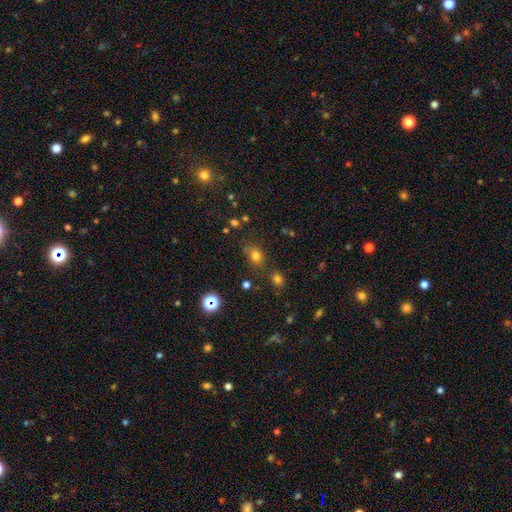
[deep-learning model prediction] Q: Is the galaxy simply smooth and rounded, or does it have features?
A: smooth — 73%.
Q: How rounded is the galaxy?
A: in between — 61%.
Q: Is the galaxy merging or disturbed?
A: none — 70%.